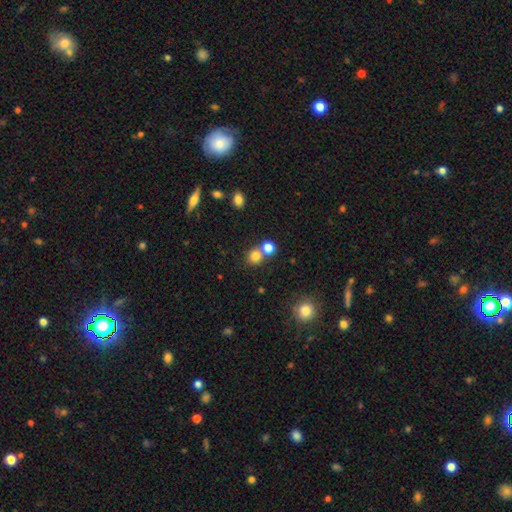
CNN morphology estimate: smooth_or_featured: smooth (p=0.79) [alt: star or artifact p=0.14]
how_rounded: round (p=0.83) [alt: in between p=0.16]
merging: none (p=0.56) [alt: merger p=0.34]